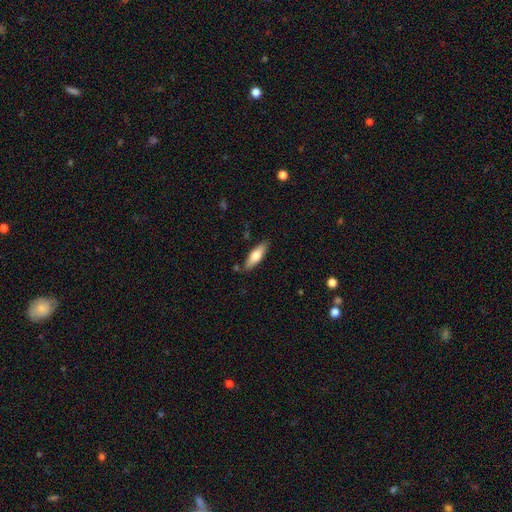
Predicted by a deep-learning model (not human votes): Smooth or featured?
  - smooth: 66% *
  - featured or disk: 28%
  - star or artifact: 6%
How rounded?
  - in between: 50% *
  - cigar-shaped: 48%
  - round: 2%
Merging?
  - none: 84% *
  - minor disturbance: 11%
  - merger: 3%
  - major disturbance: 2%